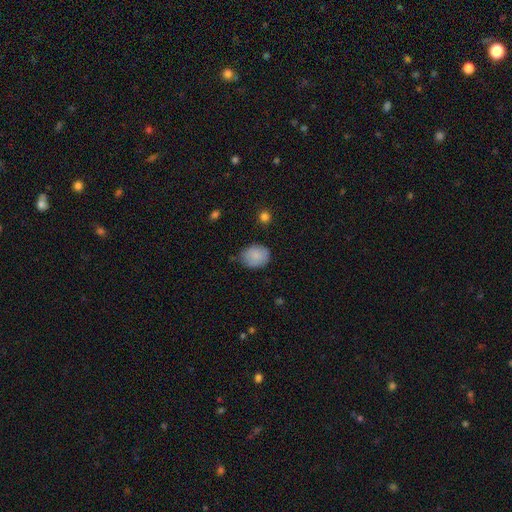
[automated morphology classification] smooth-or-featured: smooth: 82% | featured or disk: 10% | star or artifact: 7%
  how-rounded: in between: 51% | round: 48% | cigar-shaped: 1%
  merging: none: 64% | minor disturbance: 29% | major disturbance: 5% | merger: 2%